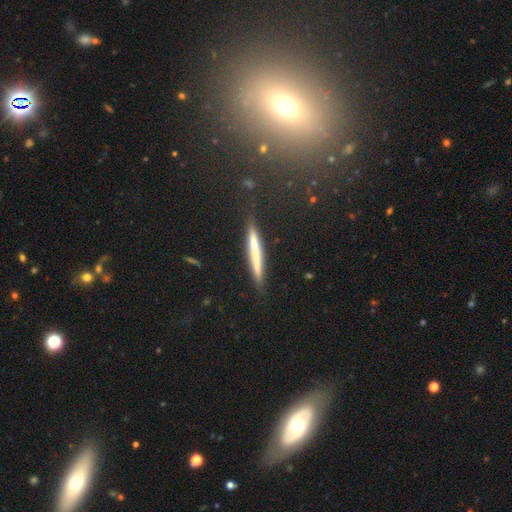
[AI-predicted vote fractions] A smooth galaxy with no disk features (50%). Merging: none (87%).